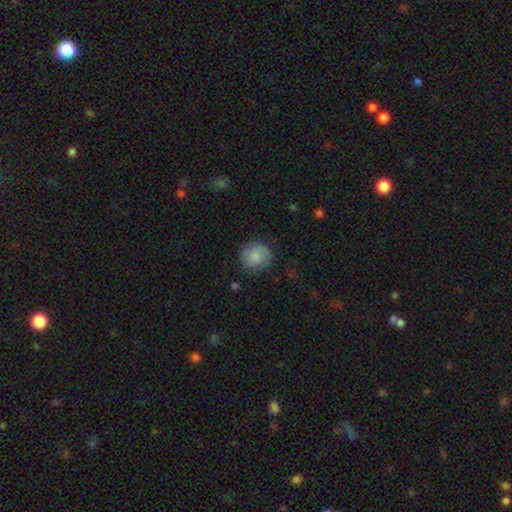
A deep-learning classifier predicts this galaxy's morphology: type=smooth (77%); roundness=round (84%); merging=none (76%).